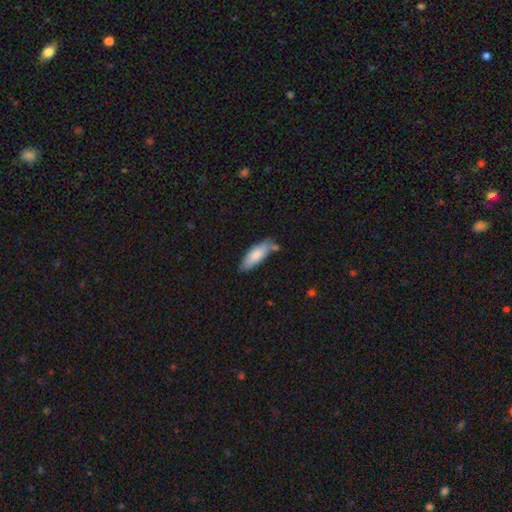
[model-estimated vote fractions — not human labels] smooth_or_featured: smooth (p=0.80) [alt: featured or disk p=0.14]
how_rounded: in between (p=0.66) [alt: cigar-shaped p=0.32]
merging: none (p=0.65) [alt: minor disturbance p=0.22]